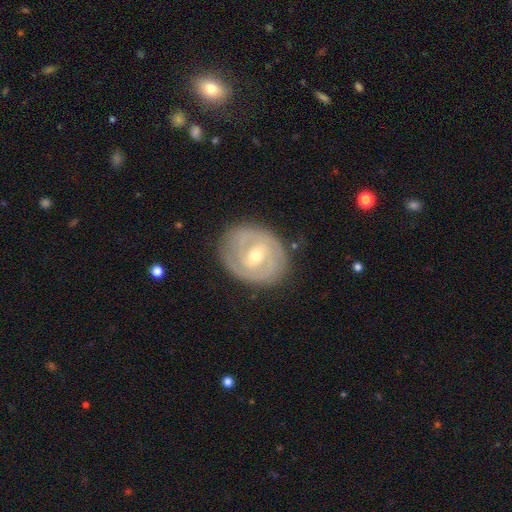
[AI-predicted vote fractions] featured or disk 81%, smooth 14%, star or artifact 6%. Down the decision tree: edge-on disk — no (97%); bar — weak (44%); spiral arms — yes (87%); spiral arm count — 2 (53%); spiral winding — tight (71%); bulge size — moderate (59%); merging — none (81%).